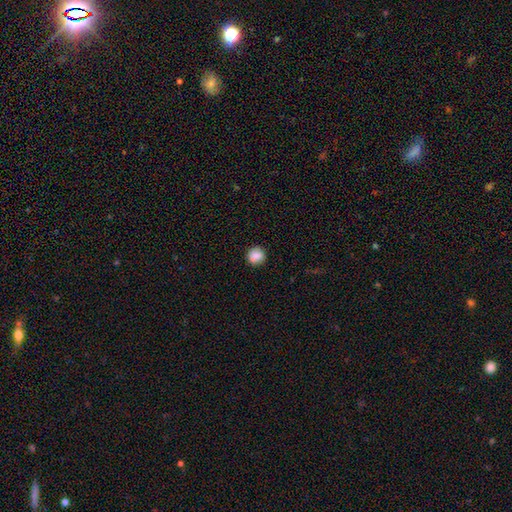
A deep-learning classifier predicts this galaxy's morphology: type=smooth (84%); roundness=round (86%); merging=none (82%).